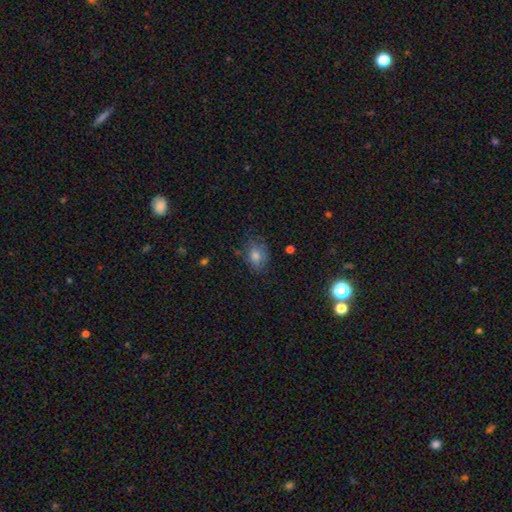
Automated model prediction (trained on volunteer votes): Q: Smooth or featured?
A: smooth (68%); runner-up: star or artifact (16%)
Q: How rounded?
A: in between (58%); runner-up: round (41%)
Q: Merging?
A: none (70%); runner-up: minor disturbance (22%)